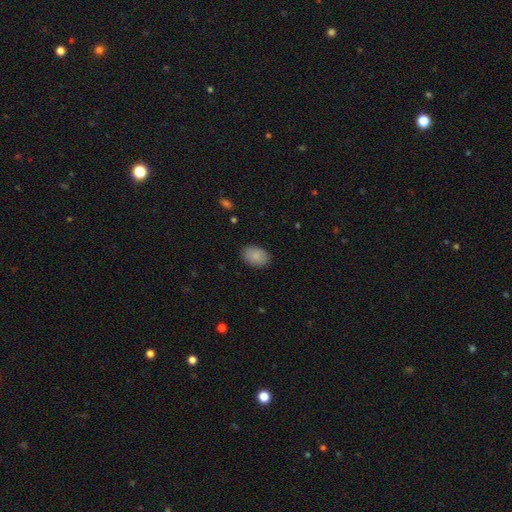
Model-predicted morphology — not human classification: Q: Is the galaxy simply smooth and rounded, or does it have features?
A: smooth — 88%.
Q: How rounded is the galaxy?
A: in between — 80%.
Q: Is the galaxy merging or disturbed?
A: none — 87%.